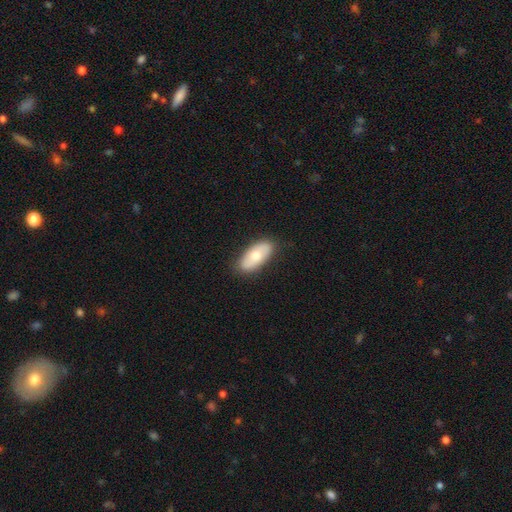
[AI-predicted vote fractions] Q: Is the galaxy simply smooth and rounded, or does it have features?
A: smooth — 67%.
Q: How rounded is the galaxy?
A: in between — 89%.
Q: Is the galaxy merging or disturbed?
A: none — 83%.